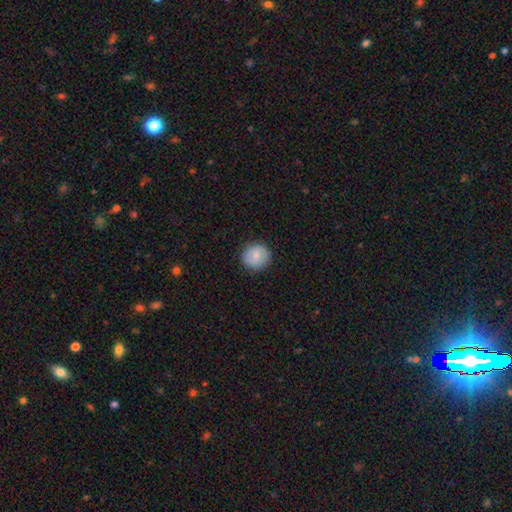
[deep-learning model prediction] Smooth or featured?
  - smooth: 78% *
  - featured or disk: 15%
  - star or artifact: 7%
How rounded?
  - round: 87% *
  - in between: 12%
  - cigar-shaped: 1%
Merging?
  - none: 87% *
  - minor disturbance: 9%
  - major disturbance: 2%
  - merger: 1%